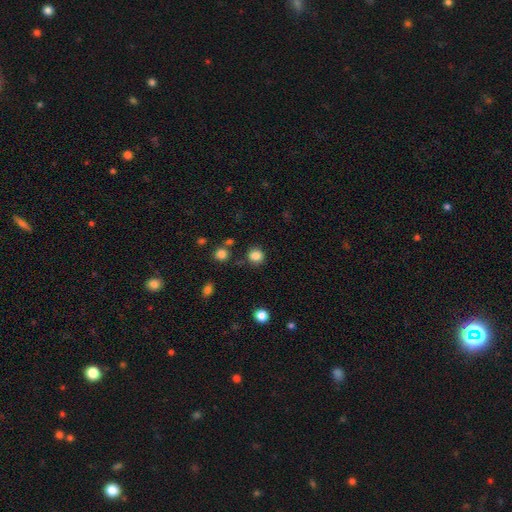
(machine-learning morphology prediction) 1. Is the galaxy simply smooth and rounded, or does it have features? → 84% smooth, 11% star or artifact, 4% featured or disk.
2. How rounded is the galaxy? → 91% round, 8% in between, 1% cigar-shaped.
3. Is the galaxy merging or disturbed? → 84% none, 9% minor disturbance, 4% merger, 3% major disturbance.